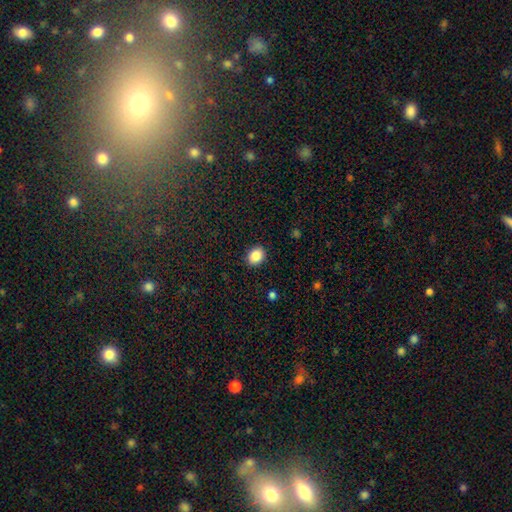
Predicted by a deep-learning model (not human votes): Q: Smooth or featured?
A: smooth (87%); runner-up: star or artifact (9%)
Q: How rounded?
A: round (52%); runner-up: in between (47%)
Q: Merging?
A: none (90%); runner-up: minor disturbance (7%)